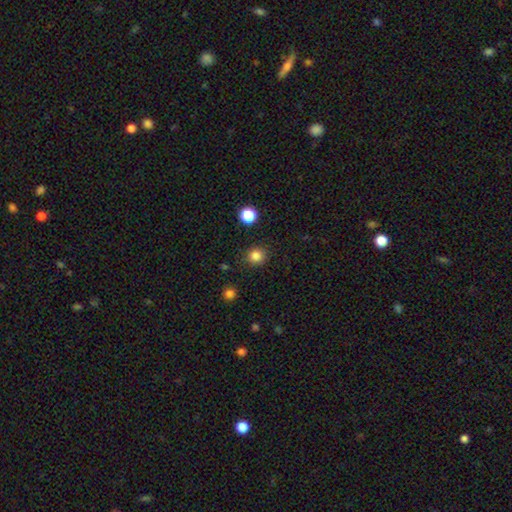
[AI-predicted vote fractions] smooth-or-featured: smooth: 84% | star or artifact: 12% | featured or disk: 4%
  how-rounded: round: 89% | in between: 10% | cigar-shaped: 1%
  merging: none: 89% | minor disturbance: 7% | major disturbance: 2% | merger: 2%